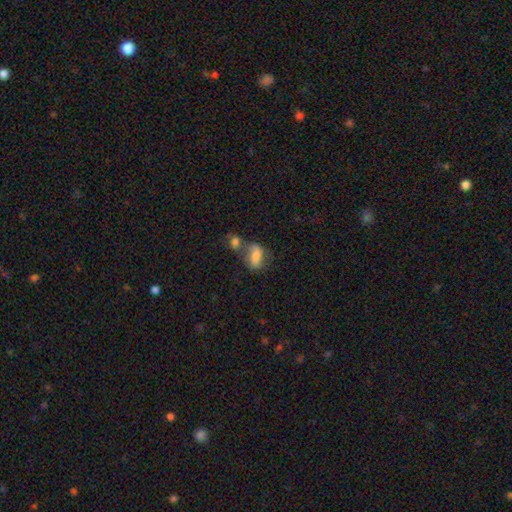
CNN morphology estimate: smooth_or_featured: smooth (p=0.65) [alt: featured or disk p=0.24]
how_rounded: in between (p=0.81) [alt: round p=0.11]
merging: merger (p=0.44) [alt: none p=0.29]